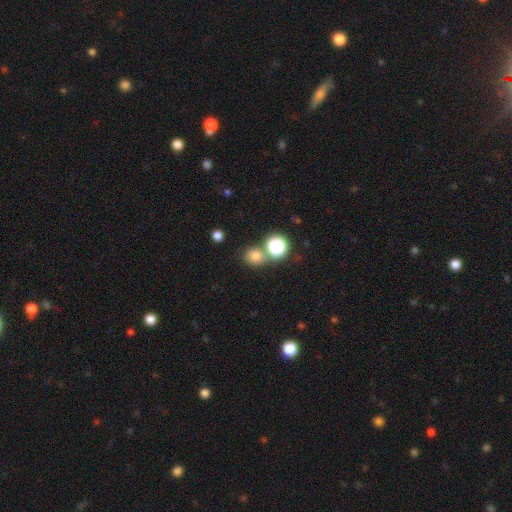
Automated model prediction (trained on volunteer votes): This appears to be a smooth galaxy with no disk features (73%) that is round (75%). Merging: none (68%).